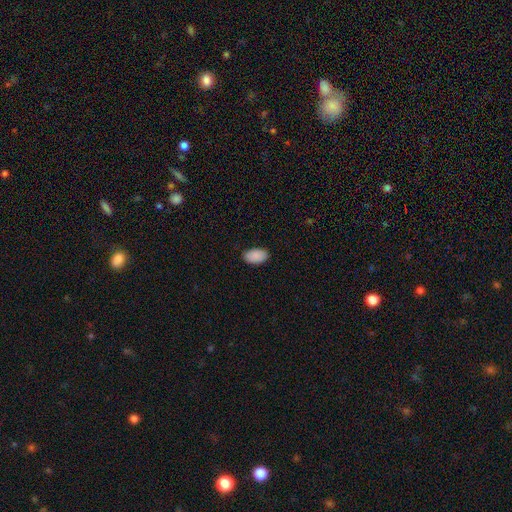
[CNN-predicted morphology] The model was most divided on "merging": none: 85%, minor disturbance: 12%, major disturbance: 2%, merger: 1%. More confident: how rounded — in between (94%); smooth or featured — smooth (90%).